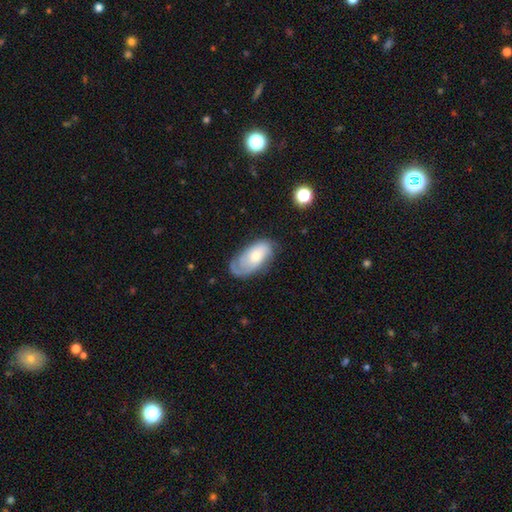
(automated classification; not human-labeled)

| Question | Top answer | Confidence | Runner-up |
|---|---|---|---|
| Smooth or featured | featured or disk | 58% | smooth (36%) |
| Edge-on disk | no | 93% | yes (7%) |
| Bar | no | 76% | weak (20%) |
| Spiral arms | yes | 83% | no (17%) |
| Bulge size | moderate | 50% | small (42%) |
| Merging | none | 59% | minor disturbance (25%) |